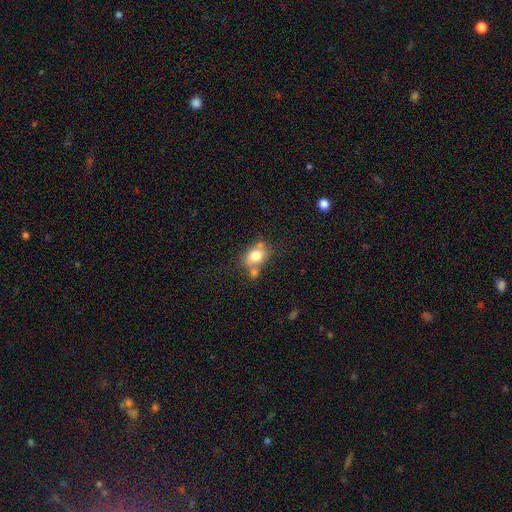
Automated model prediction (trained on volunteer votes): smooth 73%, featured or disk 17%, star or artifact 9%. Down the decision tree: how rounded — in between (57%); merging — none (50%).